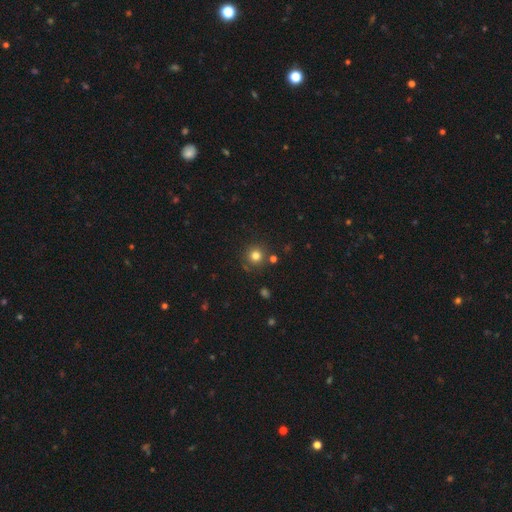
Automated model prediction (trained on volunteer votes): smooth 79%, star or artifact 15%, featured or disk 6%. Down the decision tree: how rounded — round (94%); merging — none (85%).